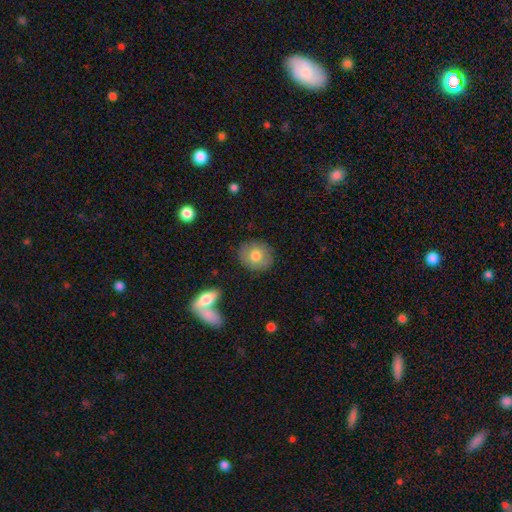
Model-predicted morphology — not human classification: smooth_or_featured: smooth (p=0.72) [alt: featured or disk p=0.21]
how_rounded: round (p=0.80) [alt: in between p=0.19]
merging: none (p=0.84) [alt: minor disturbance p=0.11]